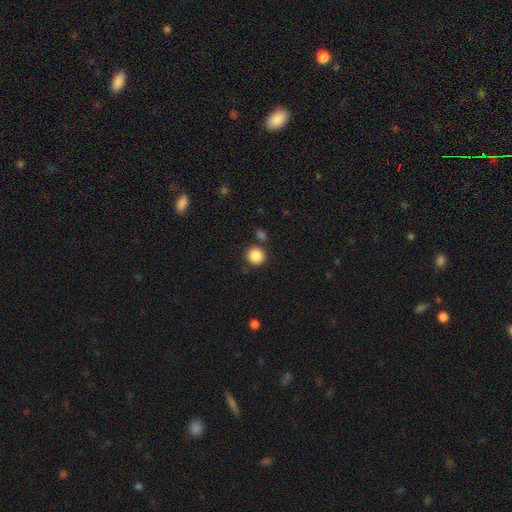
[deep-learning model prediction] smooth 87%, star or artifact 9%, featured or disk 4%. Down the decision tree: how rounded — round (92%); merging — none (82%).